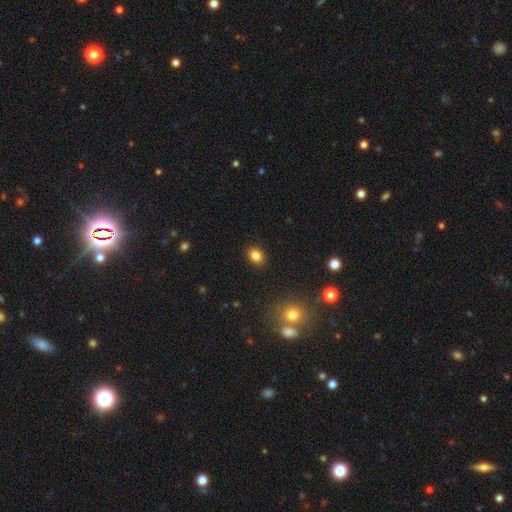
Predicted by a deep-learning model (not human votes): Smooth or featured? smooth (83%)
How rounded? in between (62%)
Merging? none (89%)